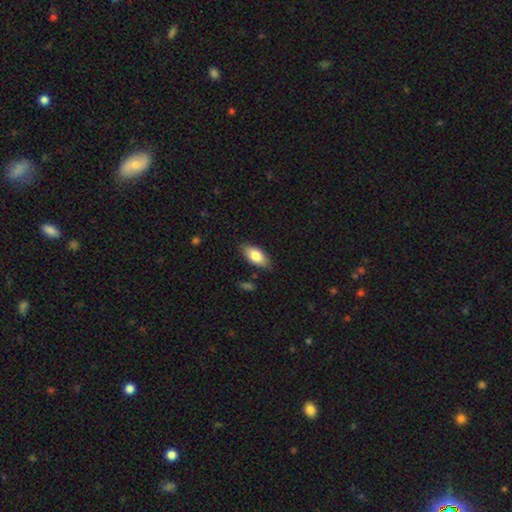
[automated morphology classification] This appears to be a smooth galaxy with no disk features (82%) that is in between round and cigar-shaped (89%). Merging: none (83%).